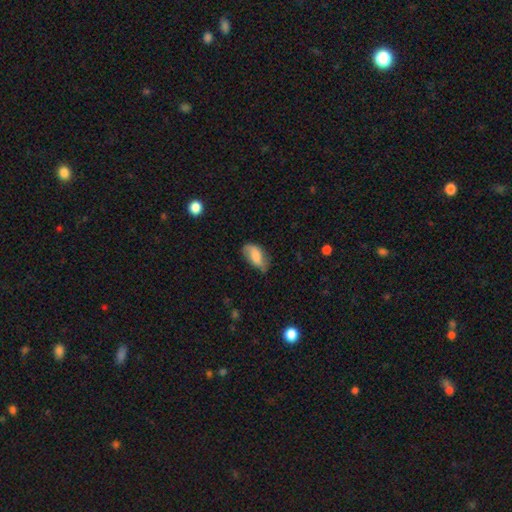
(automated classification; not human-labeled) smooth_or_featured: smooth (p=0.65) [alt: featured or disk p=0.27]
how_rounded: in between (p=0.90) [alt: cigar-shaped p=0.05]
merging: none (p=0.57) [alt: minor disturbance p=0.32]